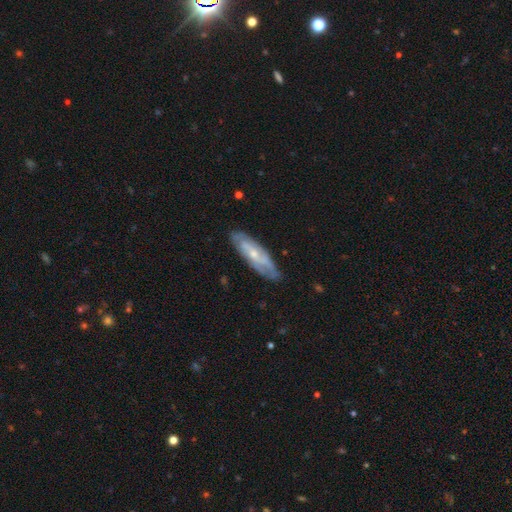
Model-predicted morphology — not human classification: A featured or disk galaxy (62%).

Vote fractions:
- Smooth or featured? featured or disk: 62% / smooth: 28% / star or artifact: 10%
- Edge-on disk? no: 64% / yes: 36%
- Merging? none: 84% / minor disturbance: 12% / major disturbance: 3% / merger: 1%